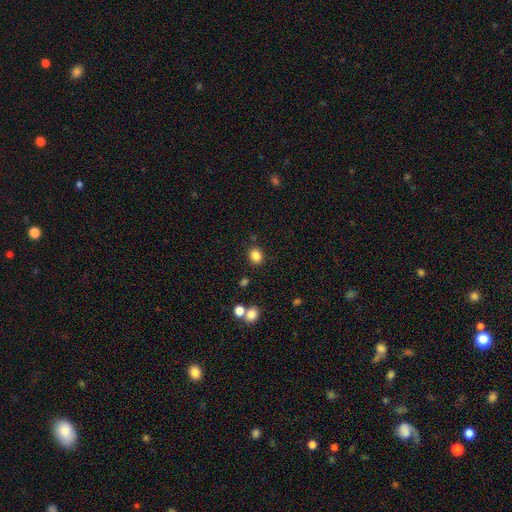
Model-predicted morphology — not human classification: A smooth galaxy with no disk features (85%) that is round (70%).

Vote fractions:
- Smooth or featured? smooth: 85% / star or artifact: 11% / featured or disk: 4%
- How rounded? round: 70% / in between: 30% / cigar-shaped: 1%
- Merging? none: 85% / minor disturbance: 8% / merger: 4% / major disturbance: 3%